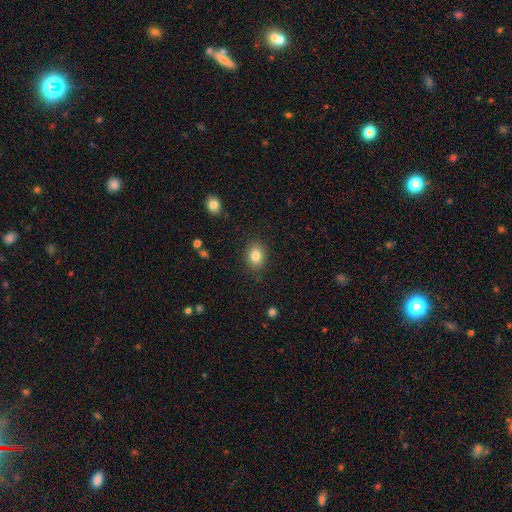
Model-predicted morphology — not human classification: Smooth or featured? Predicted: smooth (p=0.82). How rounded? Predicted: in between (p=0.57). Merging? Predicted: none (p=0.87).